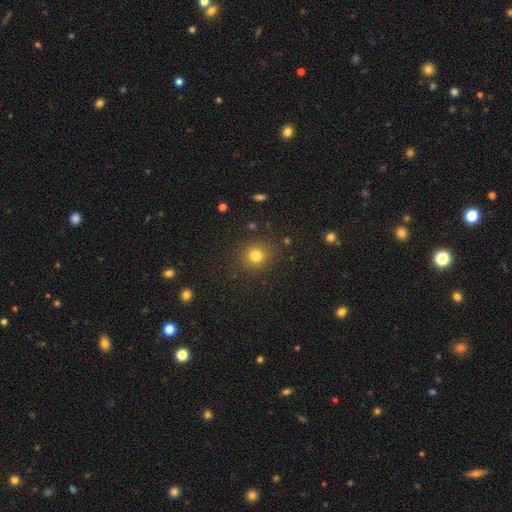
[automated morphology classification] smooth-or-featured: smooth: 78% | star or artifact: 15% | featured or disk: 7%
  how-rounded: round: 87% | in between: 12% | cigar-shaped: 1%
  merging: none: 88% | minor disturbance: 8% | major disturbance: 3% | merger: 2%